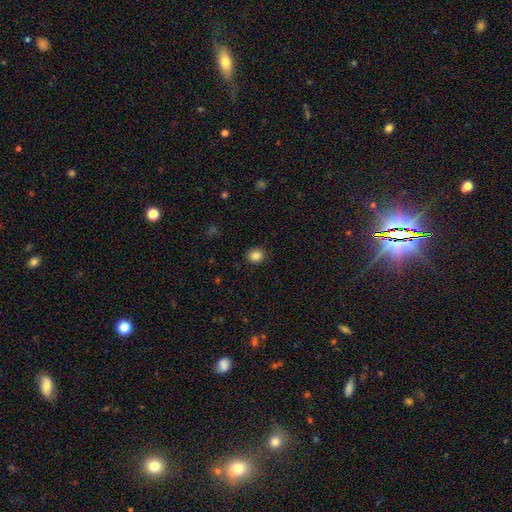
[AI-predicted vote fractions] Overall: smooth (85%). How rounded: round (78%). Merging: none (91%).